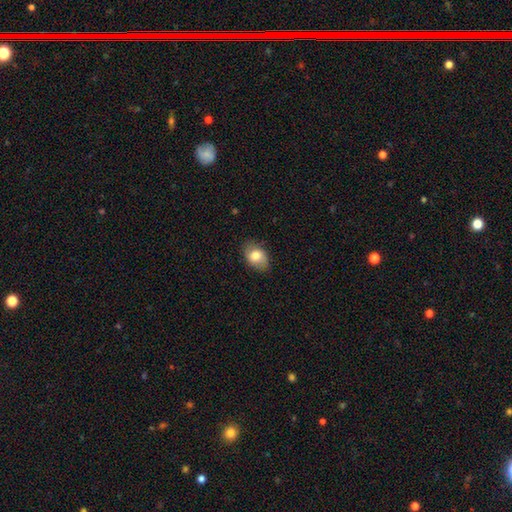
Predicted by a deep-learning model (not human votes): Smooth or featured: smooth — 78% (featured or disk — 15%)
How rounded: in between — 75% (round — 23%)
Merging: none — 78% (minor disturbance — 18%)